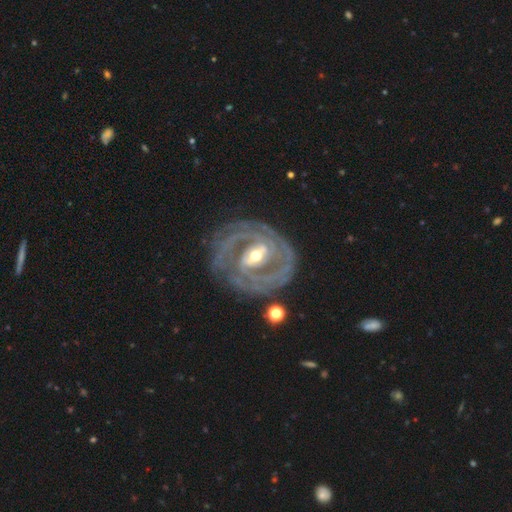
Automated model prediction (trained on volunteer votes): Morphology: type=featured or disk (91%); edge-on=no (97%); bar=strong (51%); spiral arms=yes (97%); winding=tight (65%); arm count=2 (50%); bulge=moderate (59%); merging=none (75%).